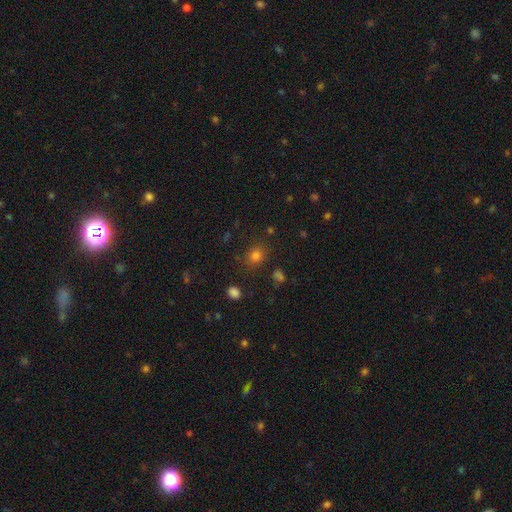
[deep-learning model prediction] smooth_or_featured: smooth (p=0.77) [alt: star or artifact p=0.17]
how_rounded: round (p=0.69) [alt: in between p=0.30]
merging: none (p=0.83) [alt: minor disturbance p=0.11]